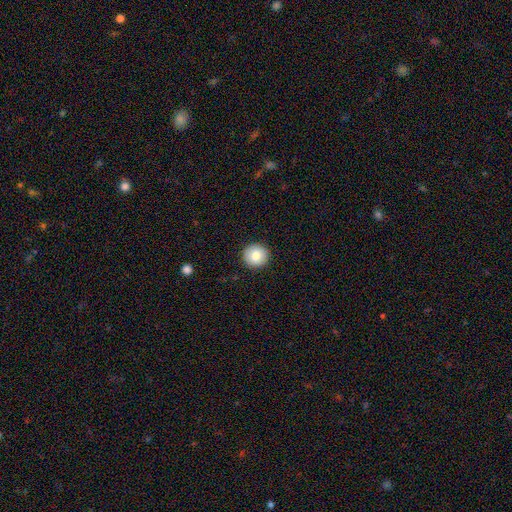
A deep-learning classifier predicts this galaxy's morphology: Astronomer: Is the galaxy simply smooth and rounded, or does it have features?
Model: smooth — 82%.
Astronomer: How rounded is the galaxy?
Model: round — 94%.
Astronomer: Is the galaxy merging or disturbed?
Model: none — 93%.